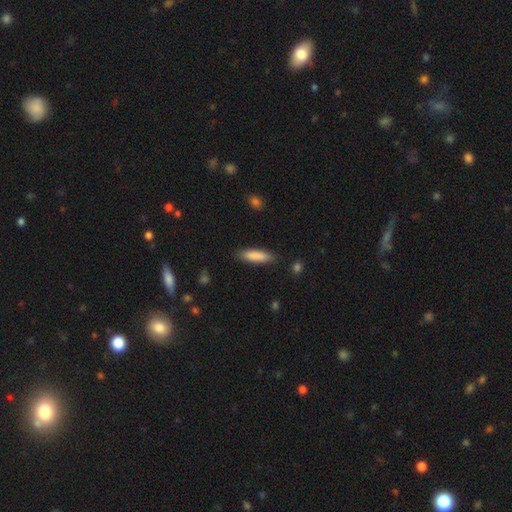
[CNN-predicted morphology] smooth-or-featured: smooth: 87% | featured or disk: 7% | star or artifact: 6%
  how-rounded: cigar-shaped: 64% | in between: 35% | round: 1%
  merging: none: 87% | minor disturbance: 10% | major disturbance: 2% | merger: 1%